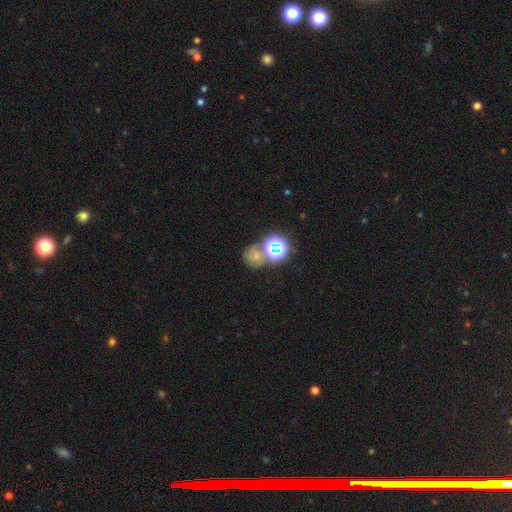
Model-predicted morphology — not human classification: smooth_or_featured: smooth (p=0.47) [alt: star or artifact p=0.35]
merging: none (p=0.47) [alt: merger p=0.29]